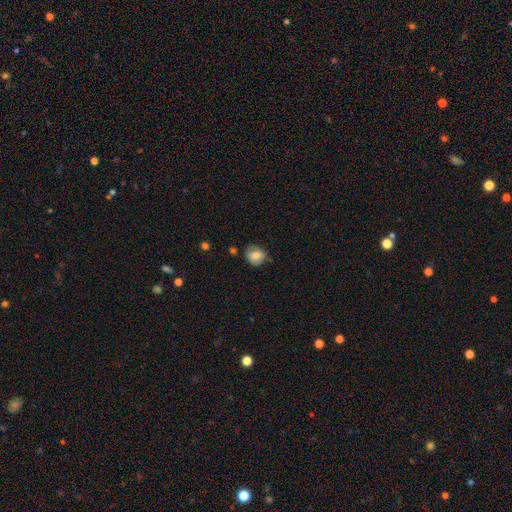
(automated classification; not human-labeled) Morphology: type=smooth (73%); roundness=round (67%); merging=none (68%).